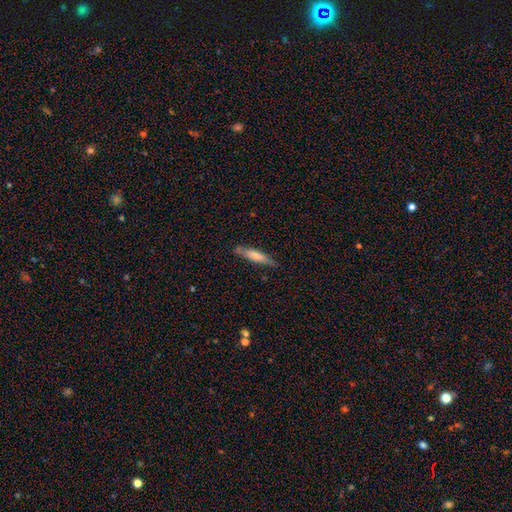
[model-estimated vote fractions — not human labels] Overall: smooth (68%). How rounded: cigar-shaped (84%). Merging: none (76%).